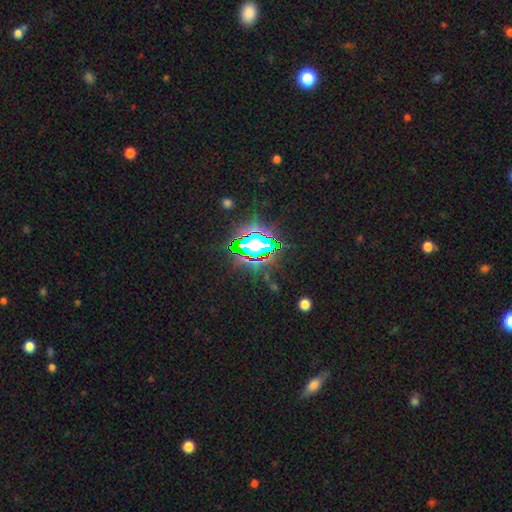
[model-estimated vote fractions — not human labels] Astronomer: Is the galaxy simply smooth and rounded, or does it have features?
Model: star or artifact — 81%.